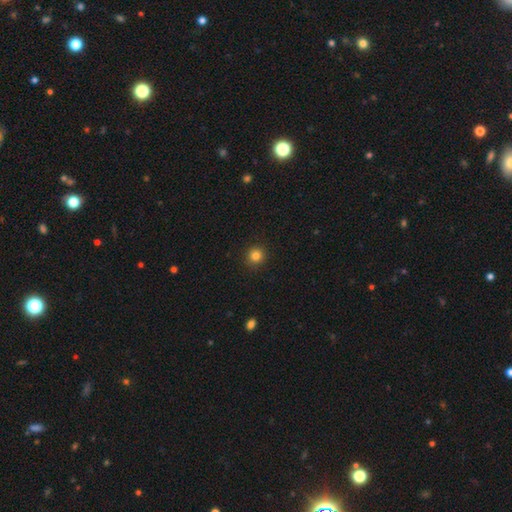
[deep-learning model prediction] Overall: smooth (83%). How rounded: round (94%). Merging: none (92%).